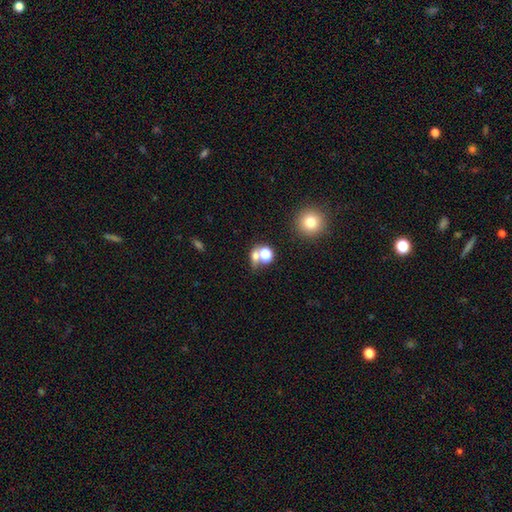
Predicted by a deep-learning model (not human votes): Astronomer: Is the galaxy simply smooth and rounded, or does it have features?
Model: smooth — 60%.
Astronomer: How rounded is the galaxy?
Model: round — 67%.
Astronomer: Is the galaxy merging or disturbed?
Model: none — 49% (runner-up: merger, 36%).